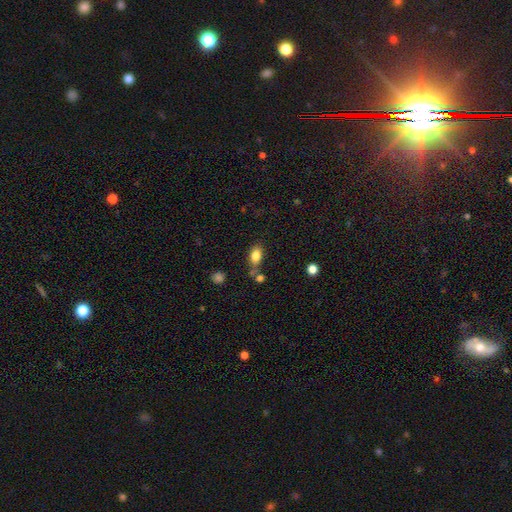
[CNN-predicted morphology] Smooth or featured?
  - smooth: 83% *
  - star or artifact: 9%
  - featured or disk: 8%
How rounded?
  - in between: 84% *
  - round: 12%
  - cigar-shaped: 3%
Merging?
  - none: 63% *
  - minor disturbance: 16%
  - merger: 15%
  - major disturbance: 5%